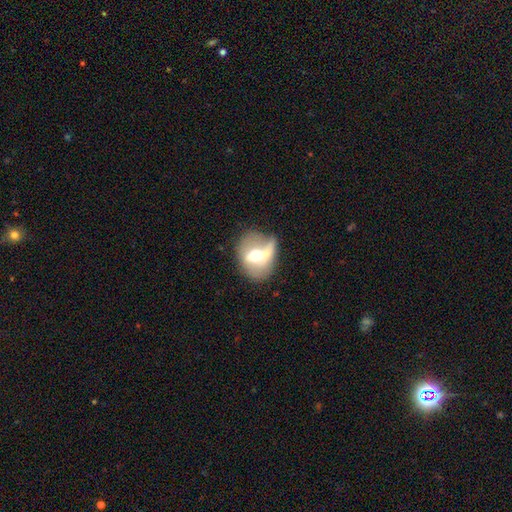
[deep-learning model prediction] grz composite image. It shows a smooth galaxy with no disk features (49%). Merging: none (33%, tied with merger).